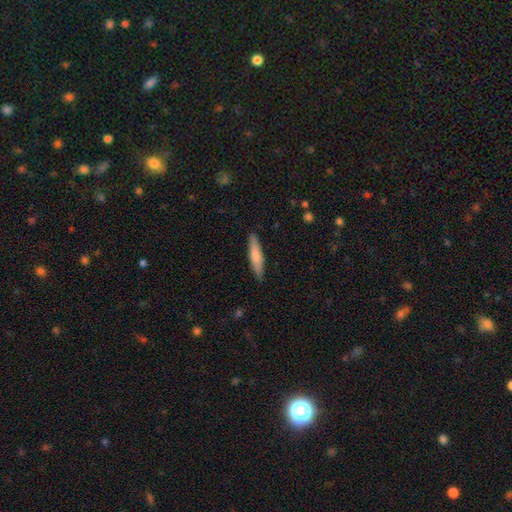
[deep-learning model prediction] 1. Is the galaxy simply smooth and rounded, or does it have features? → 73% smooth, 22% featured or disk, 5% star or artifact.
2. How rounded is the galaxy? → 85% cigar-shaped, 13% in between, 1% round.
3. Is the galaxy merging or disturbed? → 89% none, 9% minor disturbance, 2% major disturbance, 1% merger.